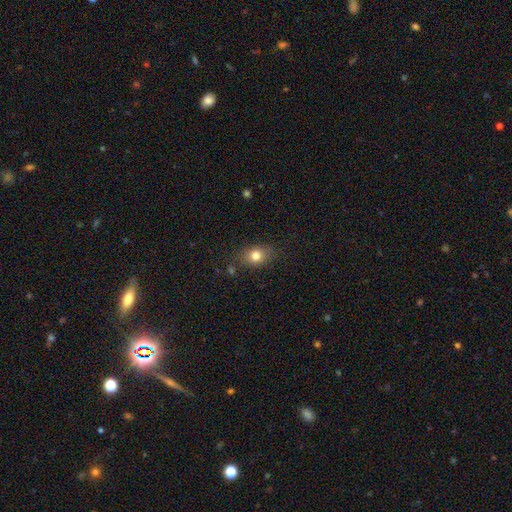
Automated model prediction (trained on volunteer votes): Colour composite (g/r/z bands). It shows a smooth galaxy with no disk features (79%) that is in between round and cigar-shaped (59%). Merging: none (80%).